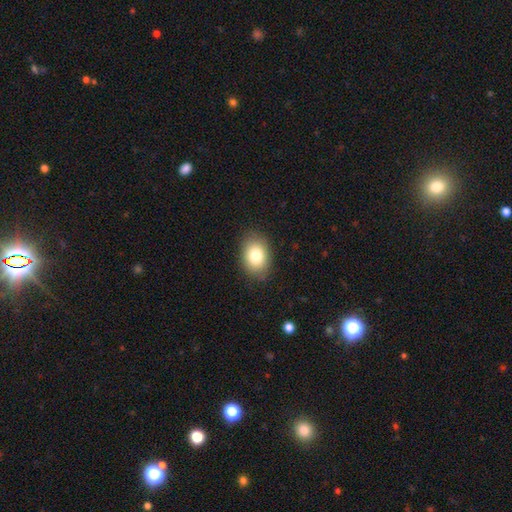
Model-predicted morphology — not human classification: This appears to be a smooth galaxy with no disk features (81%) that is in between round and cigar-shaped (76%). Merging: none (85%).